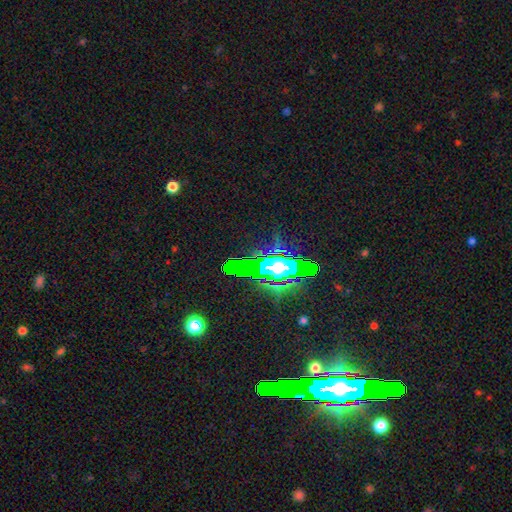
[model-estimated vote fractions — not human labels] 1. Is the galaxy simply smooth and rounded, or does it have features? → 53% star or artifact, 27% featured or disk, 21% smooth.